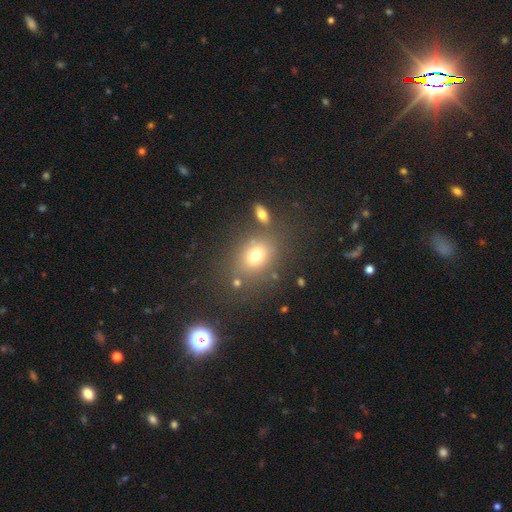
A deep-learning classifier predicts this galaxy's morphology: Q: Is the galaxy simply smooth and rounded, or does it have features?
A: smooth — 71%.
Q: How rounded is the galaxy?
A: in between — 53%.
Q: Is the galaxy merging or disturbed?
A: none — 72%.